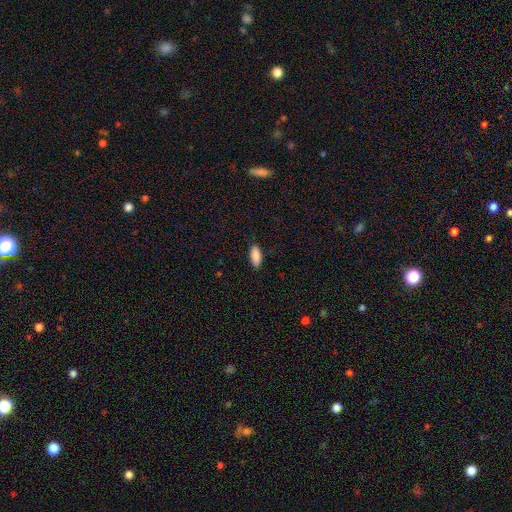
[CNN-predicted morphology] Overall: smooth (90%). How rounded: in between (86%). Merging: none (88%).